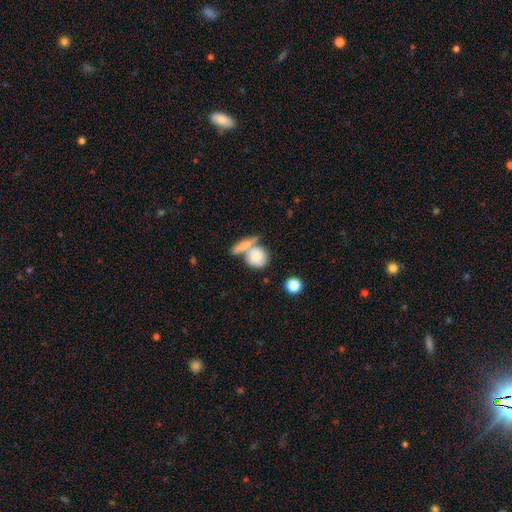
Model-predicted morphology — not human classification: smooth 77%, featured or disk 16%, star or artifact 7%. Down the decision tree: how rounded — round (66%); merging — merger (47%).